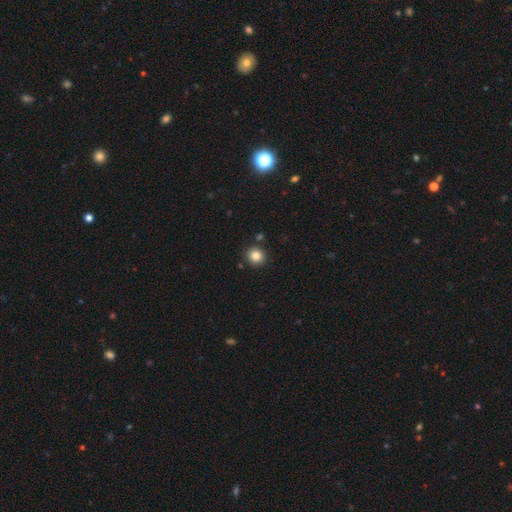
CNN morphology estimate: type=smooth (84%); roundness=round (89%); merging=none (87%).